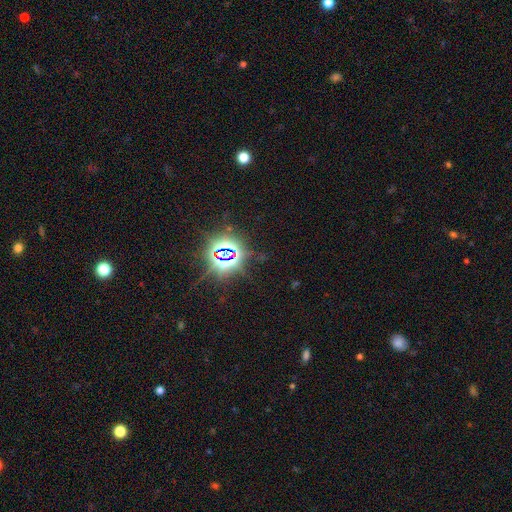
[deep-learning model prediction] This appears to be a star or artifact, not a galaxy (82%).